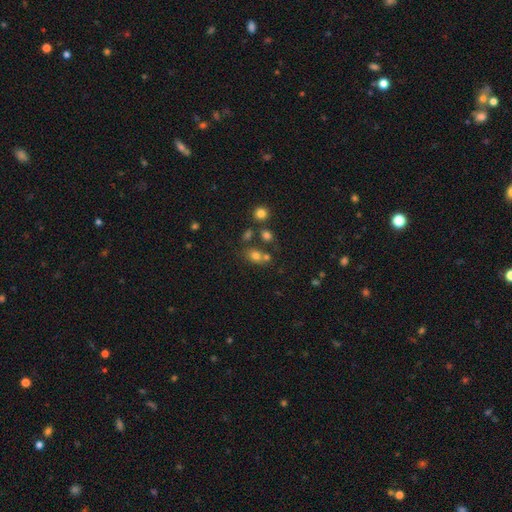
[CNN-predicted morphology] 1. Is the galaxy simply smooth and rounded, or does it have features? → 72% smooth, 17% star or artifact, 11% featured or disk.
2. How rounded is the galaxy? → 50% in between, 49% round, 1% cigar-shaped.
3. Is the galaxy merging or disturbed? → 54% none, 28% merger, 13% minor disturbance, 6% major disturbance.